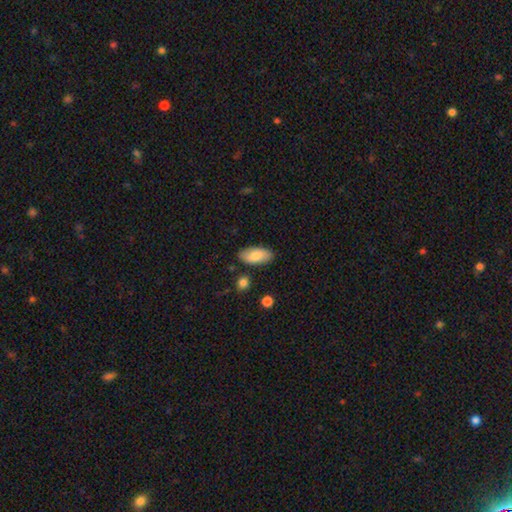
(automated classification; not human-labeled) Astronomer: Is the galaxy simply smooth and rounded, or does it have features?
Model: smooth — 80%.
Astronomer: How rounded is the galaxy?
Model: in between — 92%.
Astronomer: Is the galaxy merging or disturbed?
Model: none — 84%.